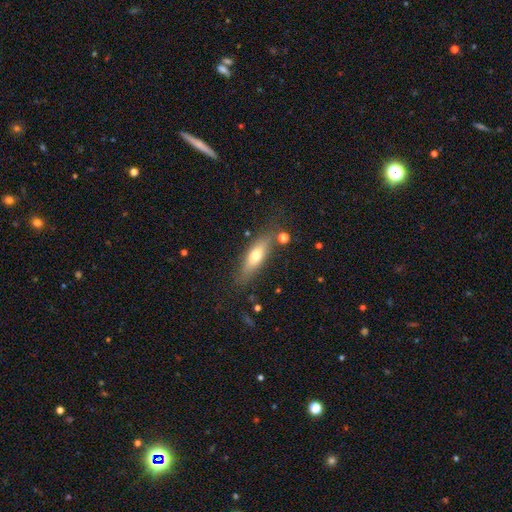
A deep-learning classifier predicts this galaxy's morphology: This is likely a smooth galaxy (61%). How rounded: possibly cigar-shaped (51%). Merging: likely none (77%).